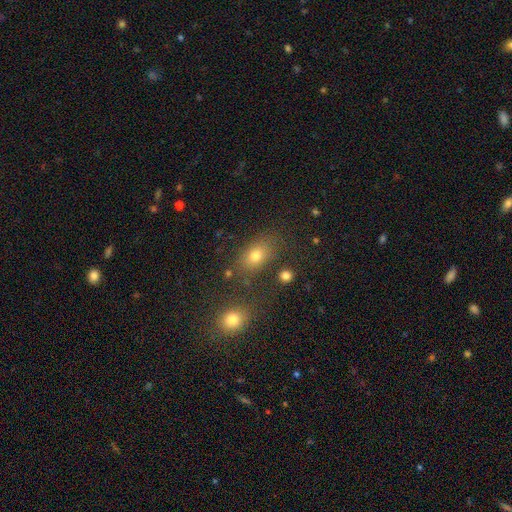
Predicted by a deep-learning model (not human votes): Smooth or featured?
  - smooth: 74% *
  - star or artifact: 15%
  - featured or disk: 11%
How rounded?
  - in between: 75% *
  - round: 22%
  - cigar-shaped: 3%
Merging?
  - none: 73% *
  - minor disturbance: 13%
  - merger: 9%
  - major disturbance: 6%